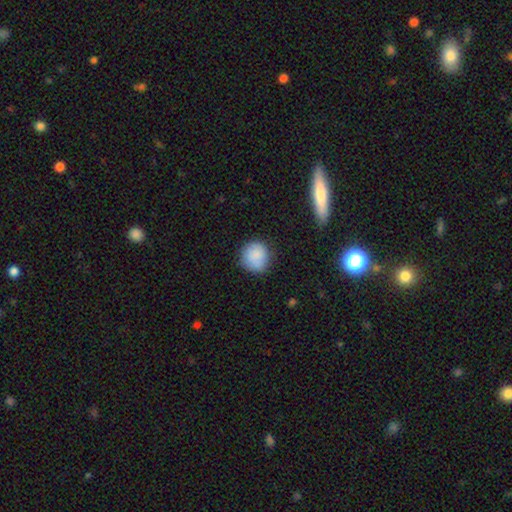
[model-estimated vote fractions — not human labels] This is clearly a smooth galaxy (83%). How rounded: clearly round (89%). Merging: likely none (74%).